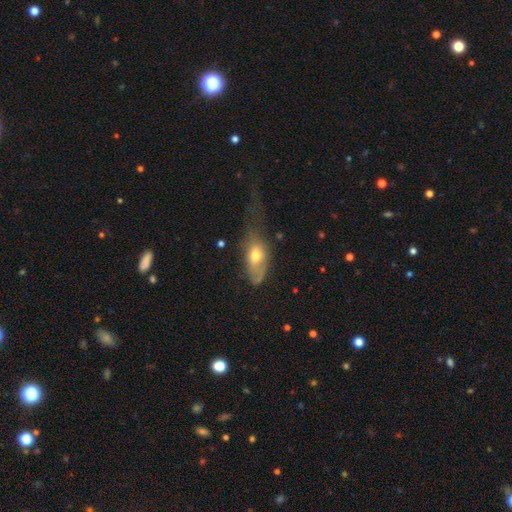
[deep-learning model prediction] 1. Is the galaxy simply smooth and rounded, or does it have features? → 64% smooth, 27% featured or disk, 8% star or artifact.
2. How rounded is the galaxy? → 84% in between, 9% round, 8% cigar-shaped.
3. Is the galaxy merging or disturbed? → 47% major disturbance, 26% minor disturbance, 23% none, 4% merger.